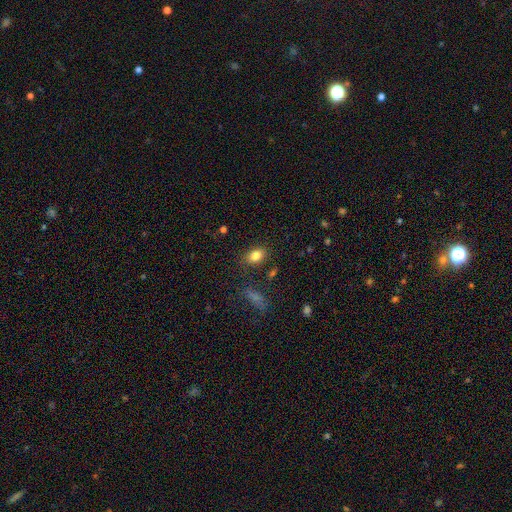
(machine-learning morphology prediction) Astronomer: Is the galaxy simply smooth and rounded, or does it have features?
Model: smooth — 83%.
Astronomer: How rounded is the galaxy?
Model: in between — 77%.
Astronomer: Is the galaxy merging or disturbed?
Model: none — 83%.